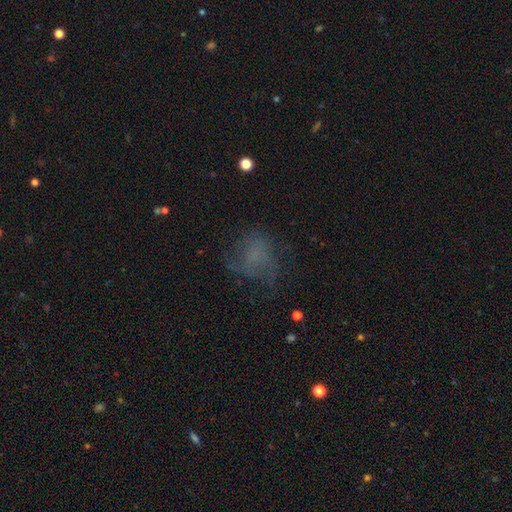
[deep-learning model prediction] smooth_or_featured: smooth (p=0.42) [alt: featured or disk p=0.38]
merging: none (p=0.50) [alt: major disturbance p=0.27]